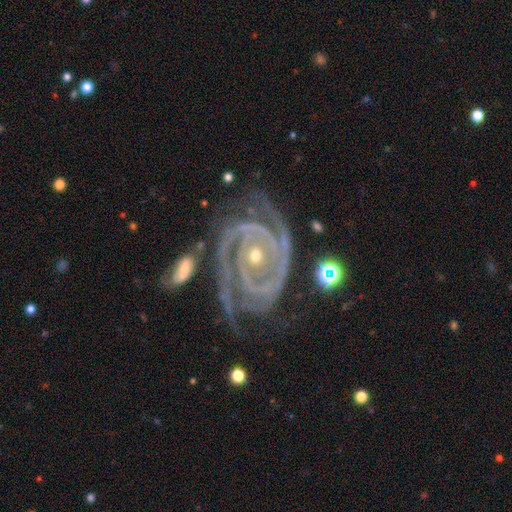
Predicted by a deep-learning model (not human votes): smooth-or-featured: featured or disk: 93% | star or artifact: 4% | smooth: 3%
  disk-edge-on: no: 97% | yes: 3%
    bar: no: 69% | weak: 18% | strong: 13%
    has-spiral-arms: yes: 98% | no: 2%
      spiral-winding: tight: 76% | medium: 21% | loose: 3%
      spiral-arm-count: 2: 63% | 3: 17% | can't tell: 7% | 4: 5% | 1: 4% | more than 4: 4%
    bulge-size: small: 61% | moderate: 36% | large: 1% | none: 1% | dominant: 1%
  merging: none: 61% | minor disturbance: 22% | major disturbance: 12% | merger: 5%